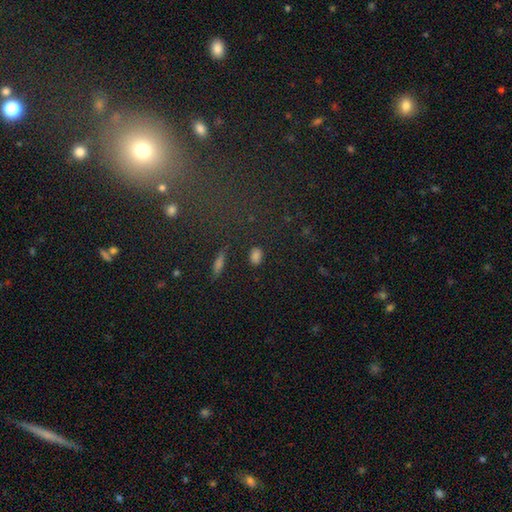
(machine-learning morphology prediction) Smooth or featured? smooth (79%)
How rounded? in between (73%)
Merging? none (85%)